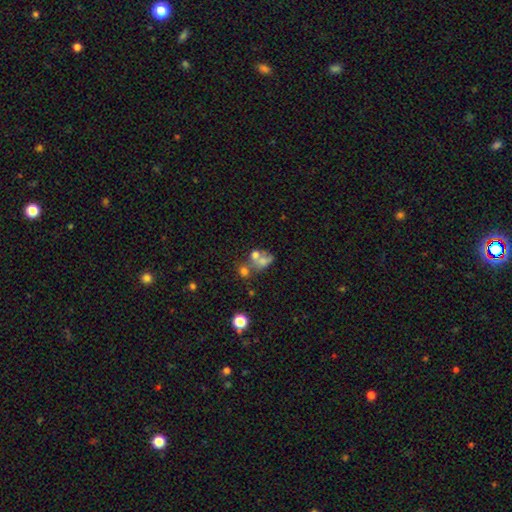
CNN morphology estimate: Q: Smooth or featured?
A: smooth (54%); runner-up: featured or disk (30%)
Q: How rounded?
A: in between (53%); runner-up: round (46%)
Q: Merging?
A: merger (52%); runner-up: none (24%)